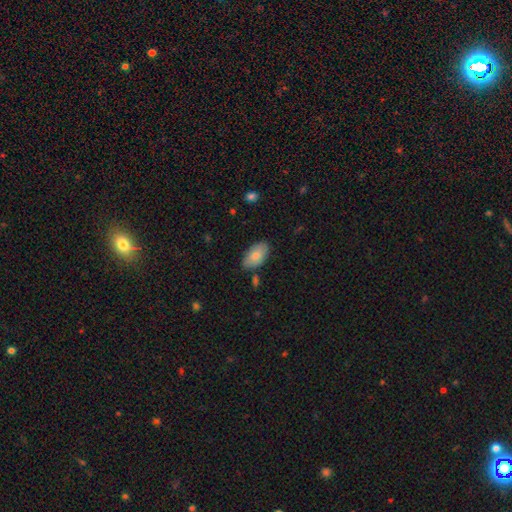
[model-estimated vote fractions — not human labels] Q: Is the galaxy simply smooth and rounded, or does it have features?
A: smooth — 80%.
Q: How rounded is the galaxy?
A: in between — 95%.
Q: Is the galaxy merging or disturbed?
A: none — 79%.